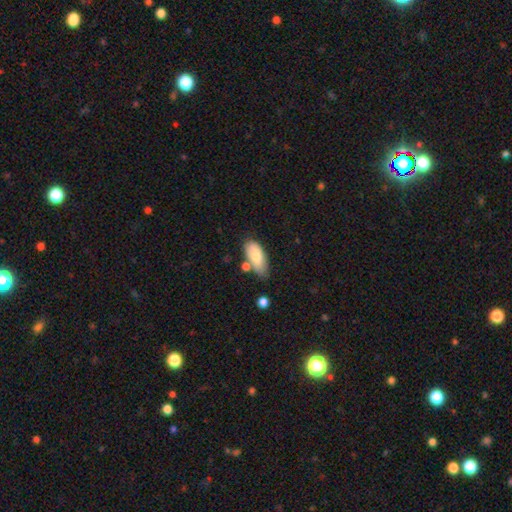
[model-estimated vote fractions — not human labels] This is likely a smooth galaxy (77%). How rounded: clearly in between (88%). Merging: possibly none (57%).